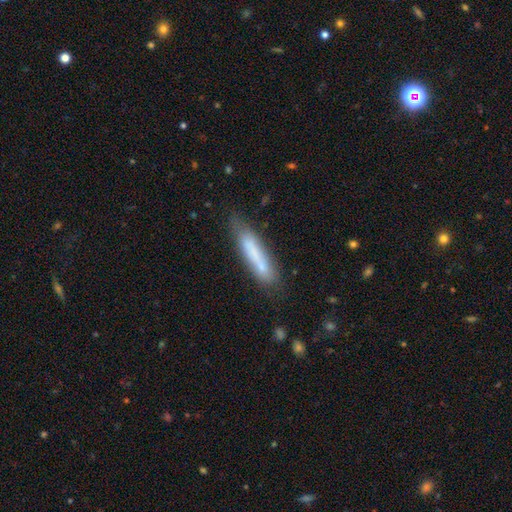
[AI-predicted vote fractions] A smooth galaxy with no disk features (70%) that is cigar-shaped (85%). Merging: none (65%).